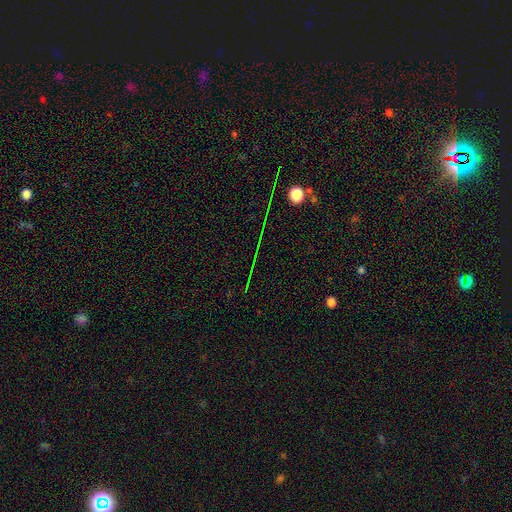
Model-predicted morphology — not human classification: Smooth or featured? star or artifact (74%)